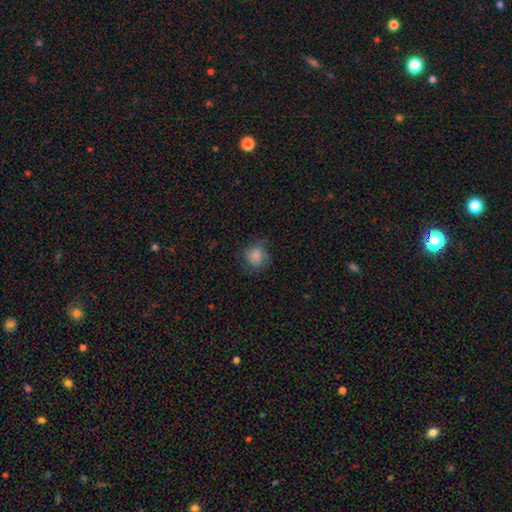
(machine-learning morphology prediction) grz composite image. It shows a smooth galaxy with no disk features (81%) that is round (86%). Merging: none (69%).